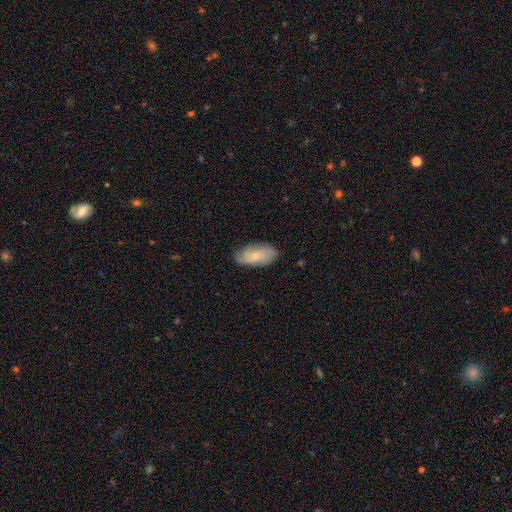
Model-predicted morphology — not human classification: Smooth or featured? Predicted: smooth (p=0.57). How rounded? Predicted: in between (p=0.90). Merging? Predicted: none (p=0.78).